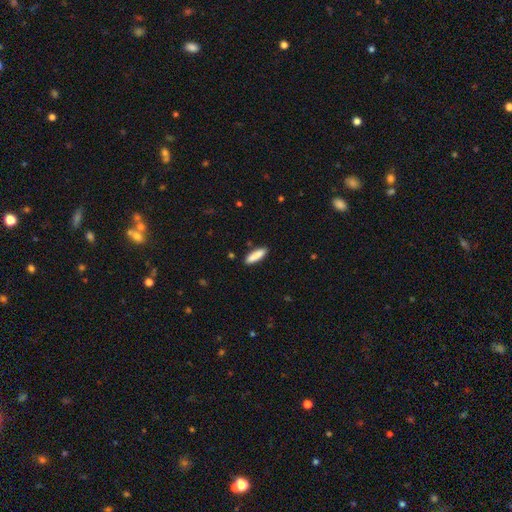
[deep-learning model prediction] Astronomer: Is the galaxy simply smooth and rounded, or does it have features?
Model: smooth — 88%.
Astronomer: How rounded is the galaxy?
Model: cigar-shaped — 70%.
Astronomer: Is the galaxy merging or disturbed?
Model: none — 89%.